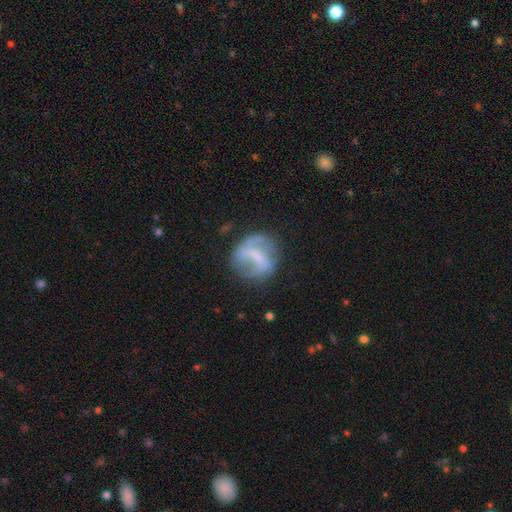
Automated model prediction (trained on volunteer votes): Smooth or featured?
  - featured or disk: 58% *
  - smooth: 34%
  - star or artifact: 9%
Edge-on disk?
  - no: 96% *
  - yes: 4%
Bar?
  - weak: 39% *
  - strong: 35%
  - no: 26%
Spiral arms?
  - yes: 52% *
  - no: 48%
Bulge size?
  - none: 39% *
  - small: 29%
  - moderate: 26%
  - large: 6%
  - dominant: 1%
Merging?
  - none: 60% *
  - minor disturbance: 21%
  - major disturbance: 16%
  - merger: 3%